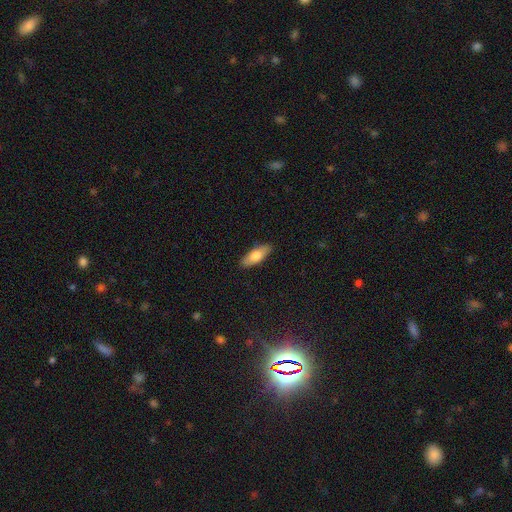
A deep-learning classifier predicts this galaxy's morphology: Q: Smooth or featured?
A: smooth (70%); runner-up: featured or disk (25%)
Q: How rounded?
A: in between (63%); runner-up: cigar-shaped (35%)
Q: Merging?
A: none (89%); runner-up: minor disturbance (8%)